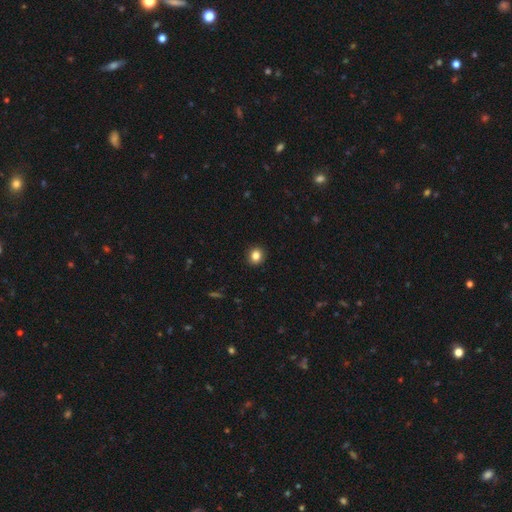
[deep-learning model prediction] This appears to be a smooth galaxy with no disk features (83%) that is round (78%). Merging: none (91%).